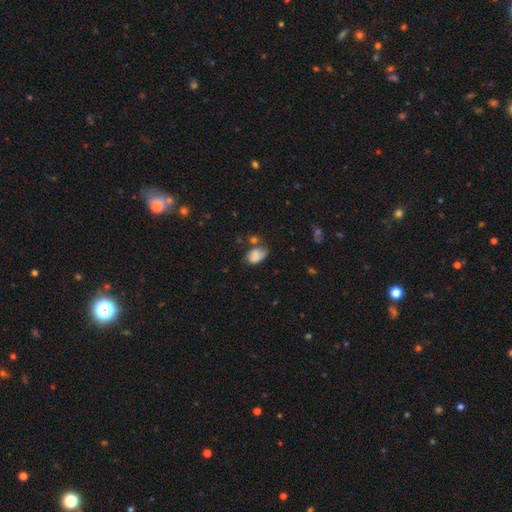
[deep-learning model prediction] Morphology: type=smooth (75%); roundness=in between (82%); merging=none (40%).